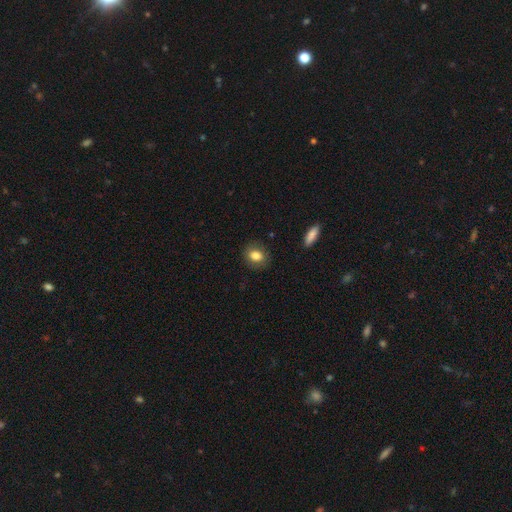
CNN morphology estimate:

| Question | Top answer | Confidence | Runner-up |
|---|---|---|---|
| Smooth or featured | smooth | 82% | featured or disk (10%) |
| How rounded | round | 50% | in between (48%) |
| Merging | none | 84% | minor disturbance (11%) |